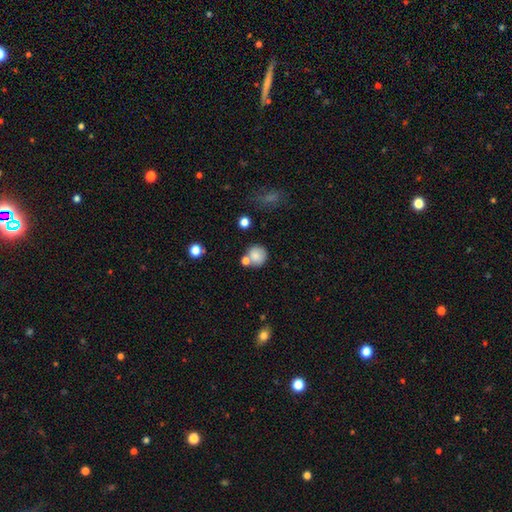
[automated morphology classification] Overall: smooth (81%). How rounded: round (87%). Merging: none (64%).